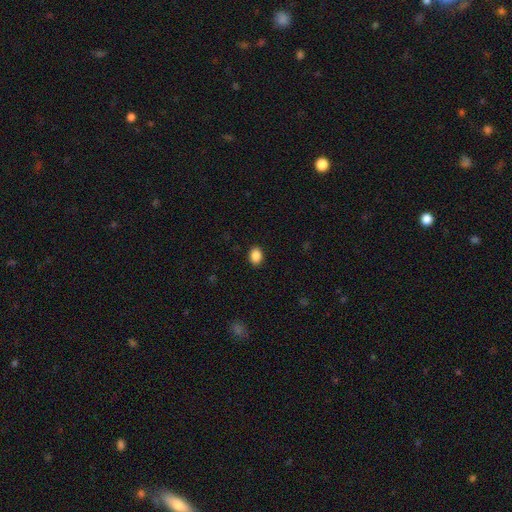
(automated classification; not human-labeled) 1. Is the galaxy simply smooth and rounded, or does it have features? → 88% smooth, 9% star or artifact, 3% featured or disk.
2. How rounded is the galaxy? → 67% in between, 32% round, 1% cigar-shaped.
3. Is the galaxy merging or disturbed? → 90% none, 7% minor disturbance, 2% major disturbance, 1% merger.